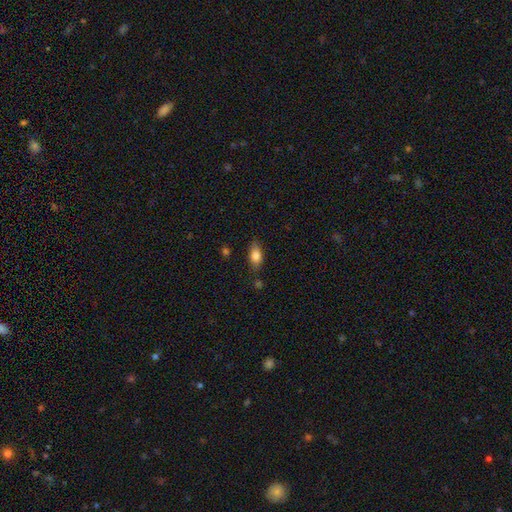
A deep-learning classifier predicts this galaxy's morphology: Smooth or featured? Predicted: smooth (p=0.82). How rounded? Predicted: in between (p=0.85). Merging? Predicted: none (p=0.75).